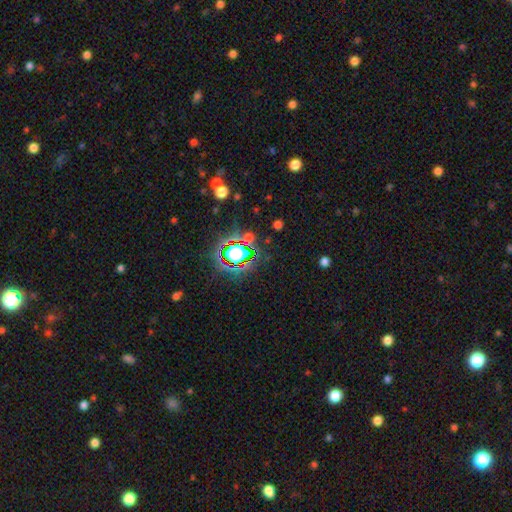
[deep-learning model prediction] star or artifact 78%, smooth 13%, featured or disk 9%.